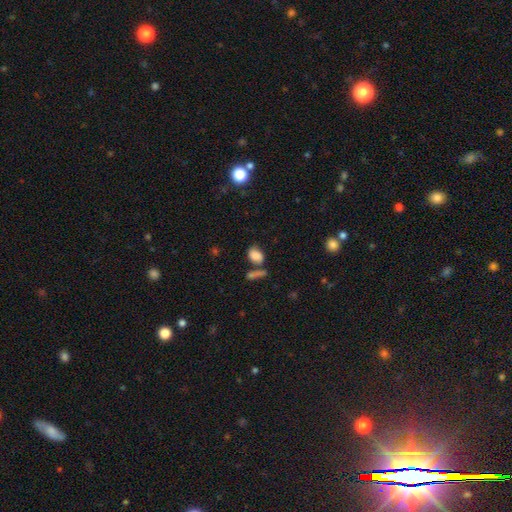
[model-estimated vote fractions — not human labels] Q: Smooth or featured?
A: smooth (83%); runner-up: star or artifact (10%)
Q: How rounded?
A: in between (80%); runner-up: round (17%)
Q: Merging?
A: none (55%); runner-up: merger (25%)